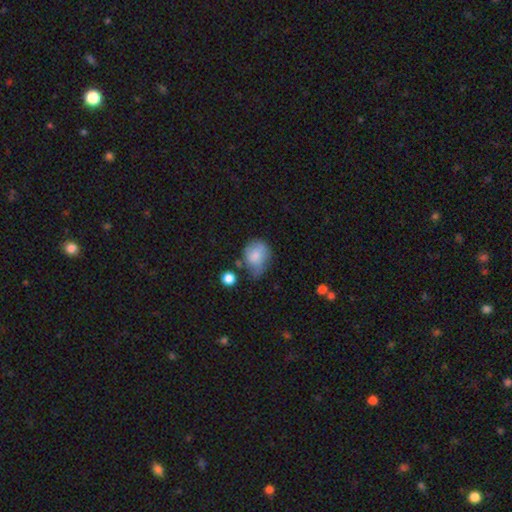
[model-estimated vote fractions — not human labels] A smooth galaxy with no disk features (74%) that is in between round and cigar-shaped (52%). Merging: minor disturbance (40%).